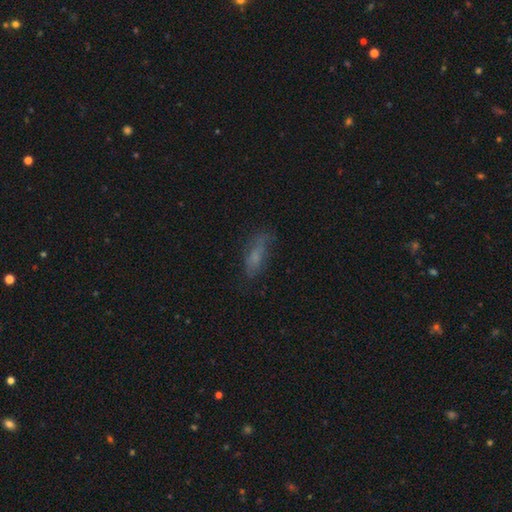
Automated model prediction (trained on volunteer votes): This is likely a smooth galaxy (62%). How rounded: possibly in between (54%). Merging: likely none (63%).